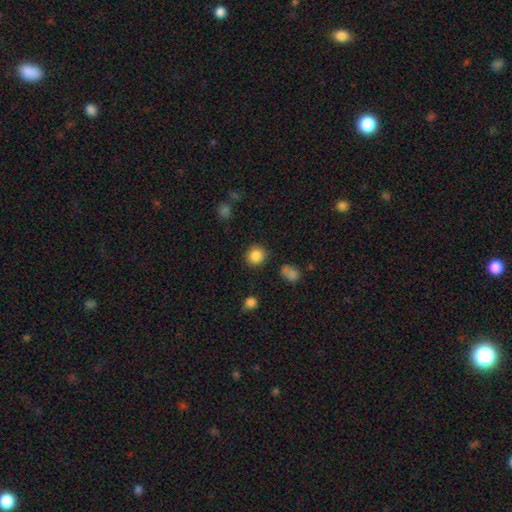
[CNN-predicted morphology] This is clearly a smooth galaxy (86%). How rounded: clearly round (89%). Merging: clearly none (87%).